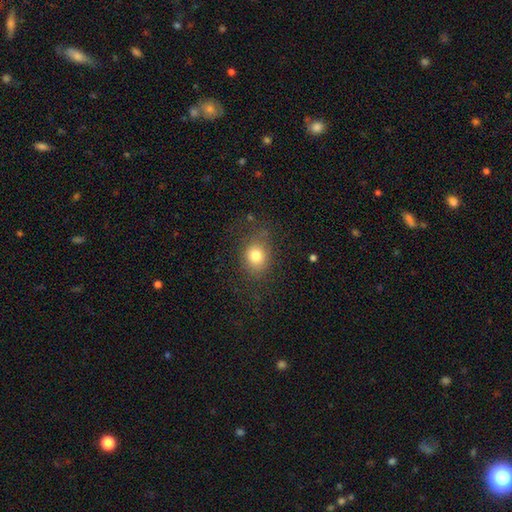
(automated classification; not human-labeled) A smooth galaxy with no disk features (78%) that is round (59%).

Vote fractions:
- Smooth or featured? smooth: 78% / star or artifact: 12% / featured or disk: 10%
- How rounded? round: 59% / in between: 40% / cigar-shaped: 1%
- Merging? none: 75% / minor disturbance: 16% / major disturbance: 8% / merger: 1%